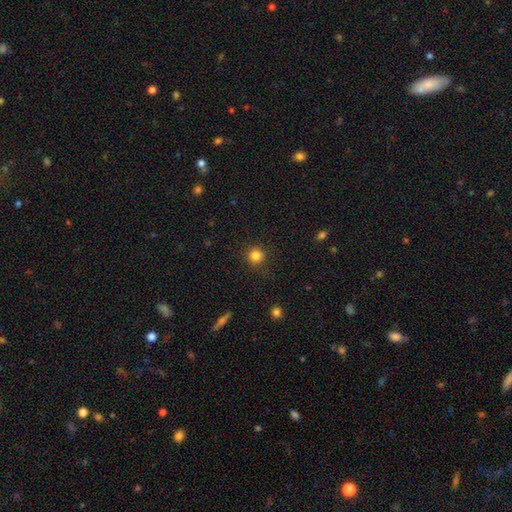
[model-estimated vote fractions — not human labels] A smooth galaxy with no disk features (83%) that is round (93%).

Vote fractions:
- Smooth or featured? smooth: 83% / star or artifact: 12% / featured or disk: 5%
- How rounded? round: 93% / in between: 6% / cigar-shaped: 1%
- Merging? none: 87% / minor disturbance: 9% / major disturbance: 3% / merger: 1%